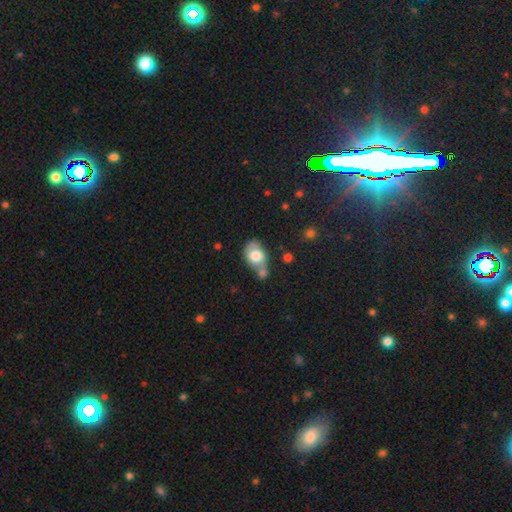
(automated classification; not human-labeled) Smooth or featured: smooth — 63% (featured or disk — 29%)
How rounded: in between — 72% (round — 26%)
Merging: merger — 36% (none — 34%)